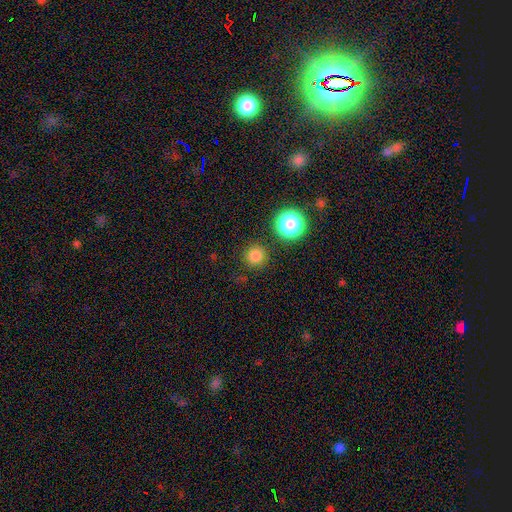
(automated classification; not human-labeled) Morphology: type=smooth (78%); roundness=round (95%); merging=none (86%).